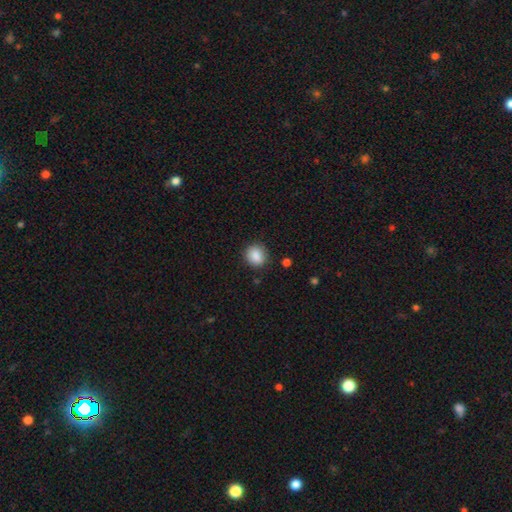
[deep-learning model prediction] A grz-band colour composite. It shows a smooth galaxy with no disk features (88%) that is round (73%). Merging: none (84%).